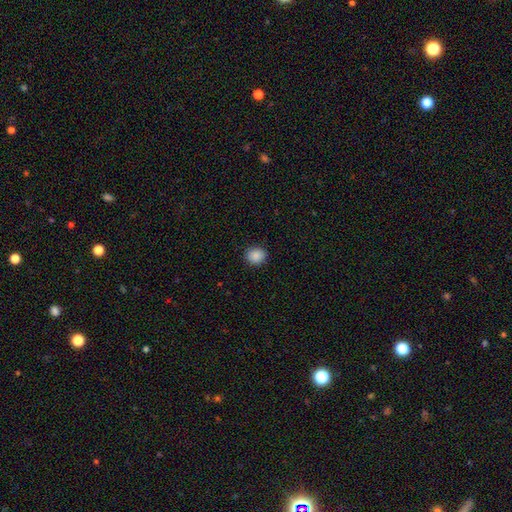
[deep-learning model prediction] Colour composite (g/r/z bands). It shows a smooth galaxy with no disk features (88%) that is round (76%). Merging: none (90%).